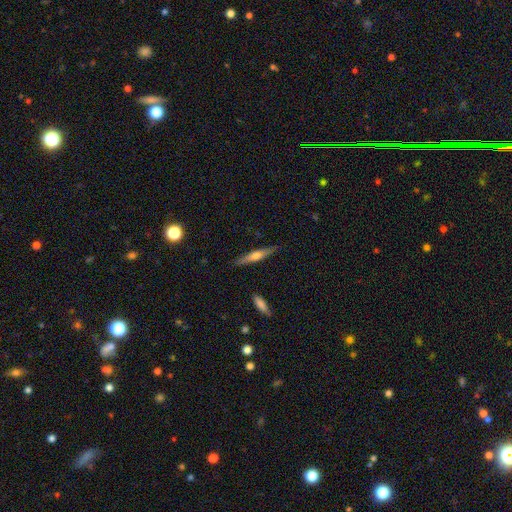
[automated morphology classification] Q: Smooth or featured?
A: featured or disk (54%); runner-up: smooth (40%)
Q: Edge-on disk?
A: yes (95%); runner-up: no (5%)
Q: Edge-on bulge?
A: rounded (76%); runner-up: boxy (14%)
Q: Merging?
A: none (86%); runner-up: minor disturbance (10%)